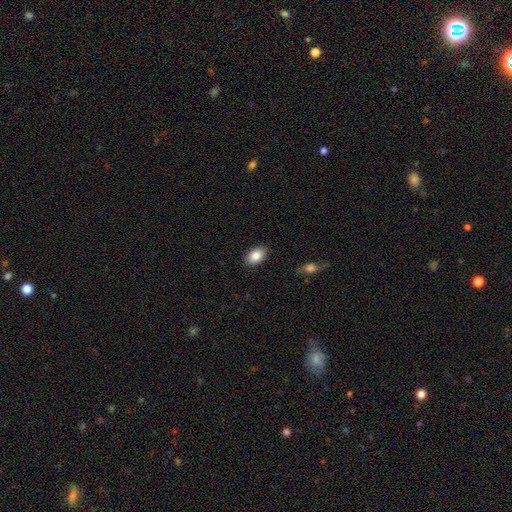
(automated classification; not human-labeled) smooth_or_featured: smooth (p=0.86) [alt: star or artifact p=0.07]
how_rounded: in between (p=0.88) [alt: round p=0.11]
merging: none (p=0.88) [alt: minor disturbance p=0.09]